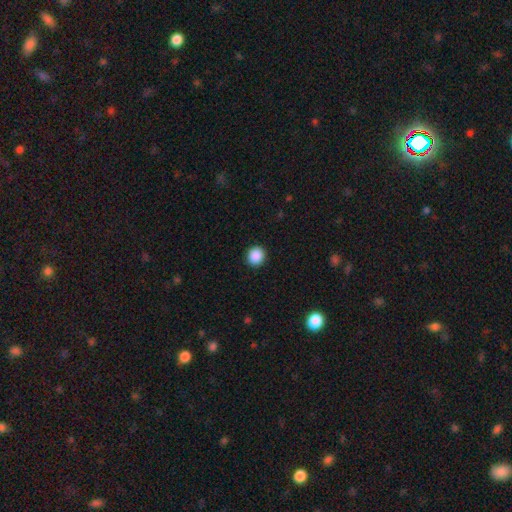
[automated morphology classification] Smooth or featured: smooth — 89% (star or artifact — 9%)
How rounded: round — 90% (in between — 9%)
Merging: none — 92% (minor disturbance — 5%)